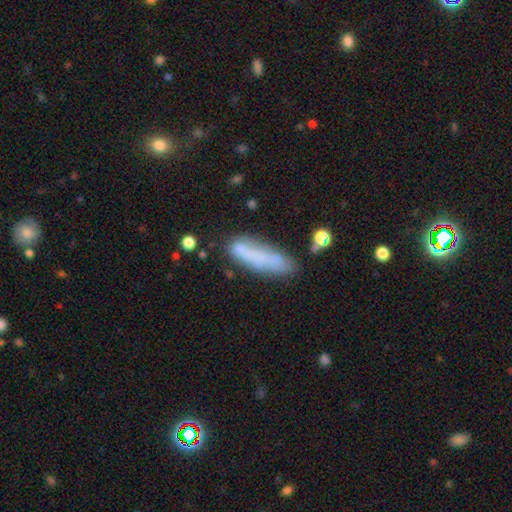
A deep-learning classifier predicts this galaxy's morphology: smooth-or-featured: smooth: 66% | featured or disk: 24% | star or artifact: 10%
  how-rounded: cigar-shaped: 70% | in between: 28% | round: 2%
  merging: none: 61% | minor disturbance: 24% | major disturbance: 9% | merger: 7%